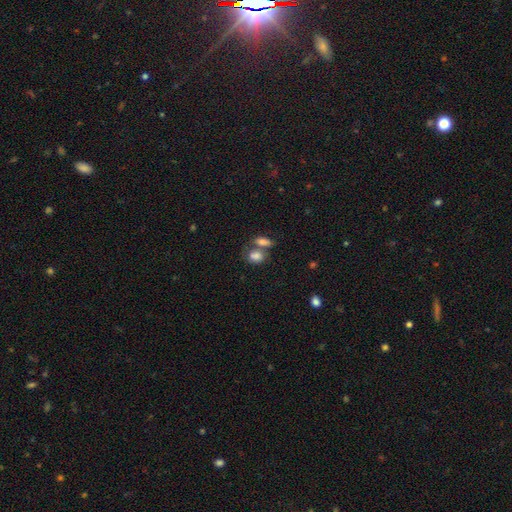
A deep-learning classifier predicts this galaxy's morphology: Overall: smooth (81%). How rounded: in between (78%). Merging: merger (50%; none 34%).